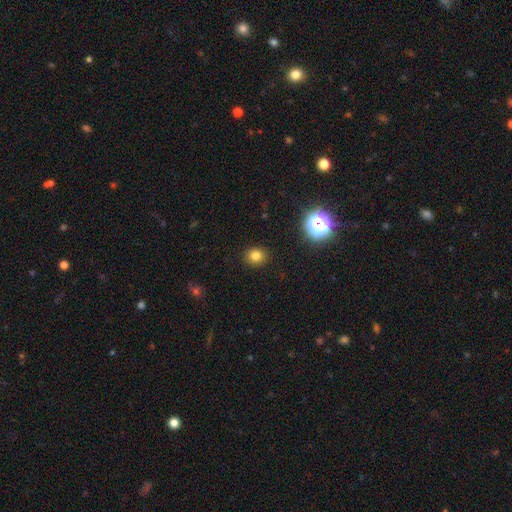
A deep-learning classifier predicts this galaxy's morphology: A smooth galaxy with no disk features (78%) that is round (78%).

Vote fractions:
- Smooth or featured? smooth: 78% / star or artifact: 16% / featured or disk: 6%
- How rounded? round: 78% / in between: 22% / cigar-shaped: 1%
- Merging? none: 91% / minor disturbance: 6% / major disturbance: 2% / merger: 1%